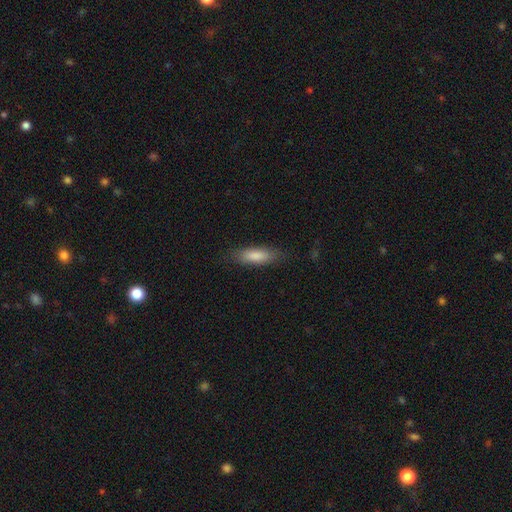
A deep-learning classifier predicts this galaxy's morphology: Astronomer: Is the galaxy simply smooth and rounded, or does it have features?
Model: smooth — 85%.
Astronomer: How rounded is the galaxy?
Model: in between — 58% (runner-up: cigar-shaped, 40%).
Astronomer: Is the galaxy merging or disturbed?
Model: none — 82%.